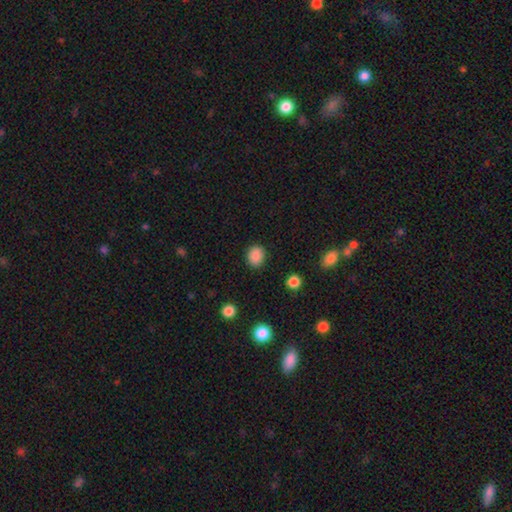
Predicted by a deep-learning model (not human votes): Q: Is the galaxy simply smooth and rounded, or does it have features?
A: smooth — 87%.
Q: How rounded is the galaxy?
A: round — 61%.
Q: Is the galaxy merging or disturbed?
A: none — 89%.